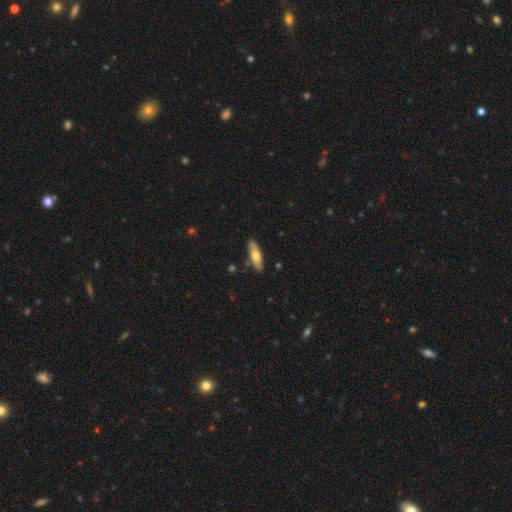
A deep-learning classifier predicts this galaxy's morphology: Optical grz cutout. It shows a smooth galaxy with no disk features (55%) that is cigar-shaped (64%). Merging: none (85%).